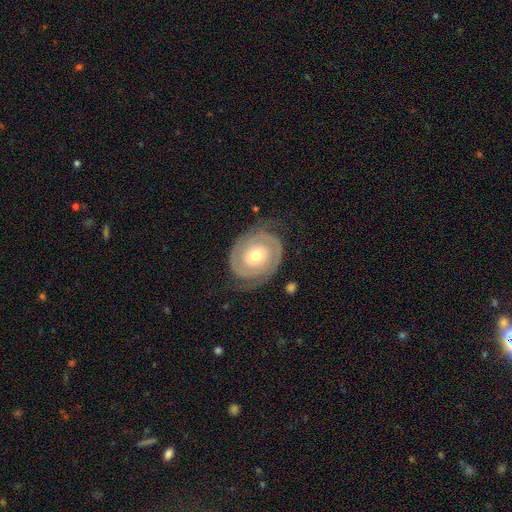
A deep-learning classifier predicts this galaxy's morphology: smooth-or-featured: featured or disk: 86% | smooth: 10% | star or artifact: 4%
  disk-edge-on: no: 97% | yes: 3%
    bar: no: 77% | weak: 17% | strong: 6%
    has-spiral-arms: yes: 93% | no: 7%
      spiral-winding: tight: 76% | medium: 18% | loose: 5%
      spiral-arm-count: 2: 82% | can't tell: 8% | 1: 4% | 3: 3% | 4: 1% | more than 4: 1%
    bulge-size: moderate: 66% | small: 28% | large: 4% | dominant: 1% | none: 1%
  merging: none: 77% | minor disturbance: 15% | major disturbance: 7% | merger: 1%